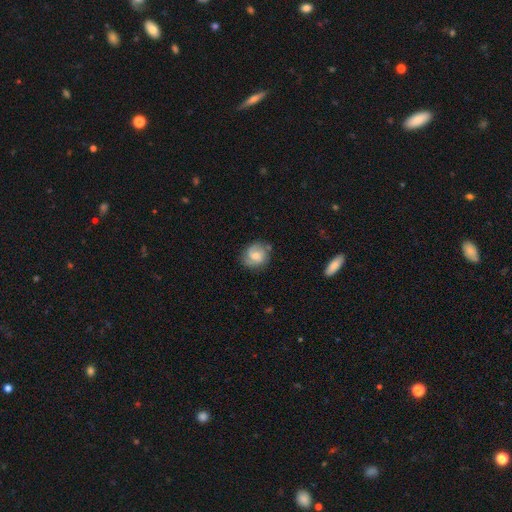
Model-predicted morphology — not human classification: Smooth or featured?
  - featured or disk: 56% *
  - smooth: 37%
  - star or artifact: 8%
Edge-on disk?
  - no: 98% *
  - yes: 2%
Bar?
  - no: 47% *
  - weak: 45%
  - strong: 8%
Spiral arms?
  - yes: 89% *
  - no: 11%
Bulge size?
  - moderate: 50% *
  - small: 36%
  - none: 7%
  - large: 6%
  - dominant: 1%
Merging?
  - none: 73% *
  - minor disturbance: 19%
  - major disturbance: 6%
  - merger: 3%